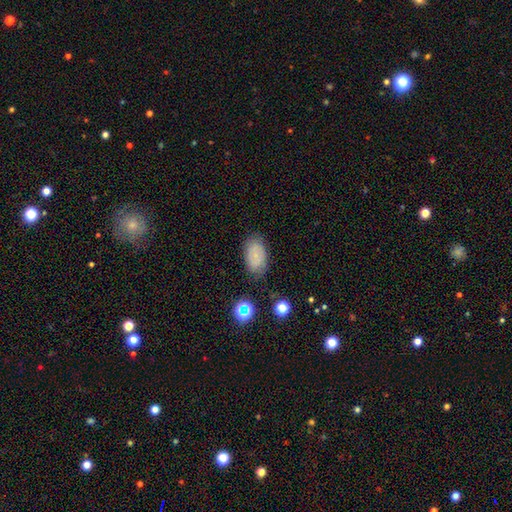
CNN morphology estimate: A smooth galaxy with no disk features (64%) that is in between round and cigar-shaped (90%). Merging: none (75%).